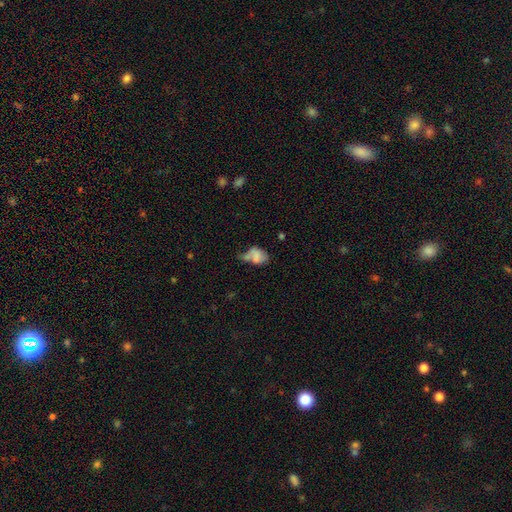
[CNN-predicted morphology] smooth_or_featured: smooth (p=0.63) [alt: featured or disk p=0.26]
how_rounded: in between (p=0.78) [alt: round p=0.20]
merging: minor disturbance (p=0.29) [alt: merger p=0.27]